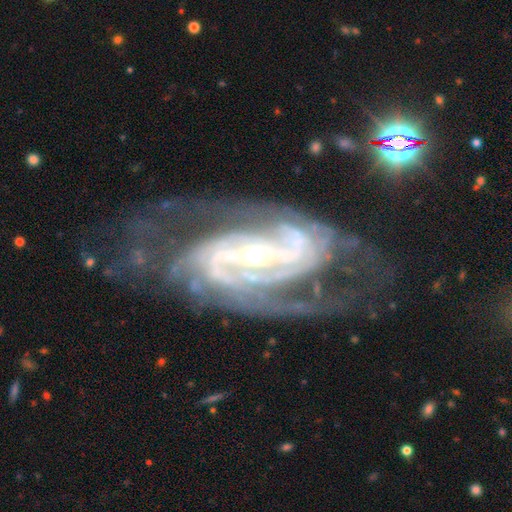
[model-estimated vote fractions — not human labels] Smooth or featured? Predicted: featured or disk (p=0.92). Edge-on disk? Predicted: no (p=0.96). Bar? Predicted: strong (p=0.55). Spiral arms? Predicted: yes (p=0.98). Spiral winding? Predicted: tight (p=0.51). Spiral arm count? Predicted: 2 (p=0.55). Bulge size? Predicted: small (p=0.55). Merging? Predicted: none (p=0.66).